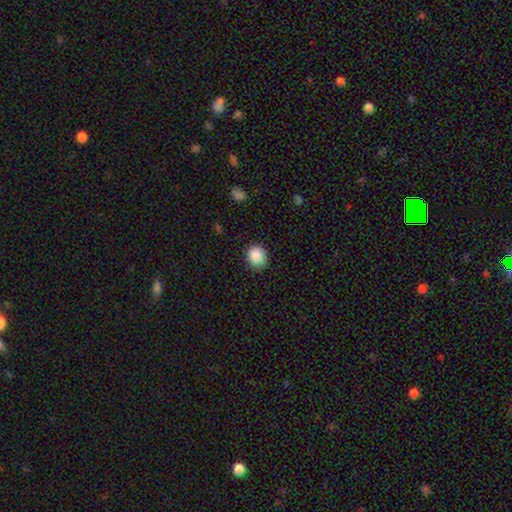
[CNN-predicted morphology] Smooth or featured? Predicted: smooth (p=0.88). How rounded? Predicted: round (p=0.72). Merging? Predicted: none (p=0.87).